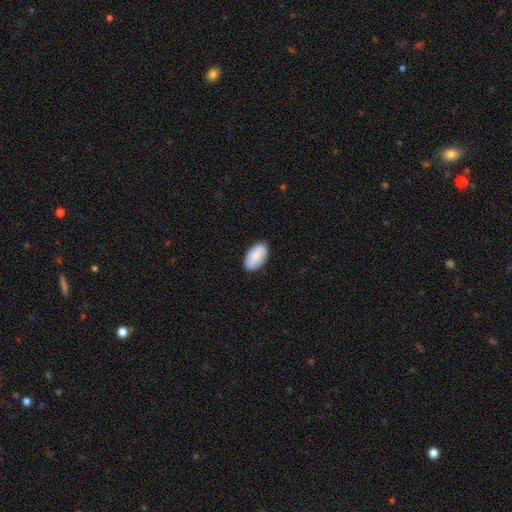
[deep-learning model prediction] This is clearly a smooth galaxy (85%). How rounded: clearly in between (95%). Merging: clearly none (86%).